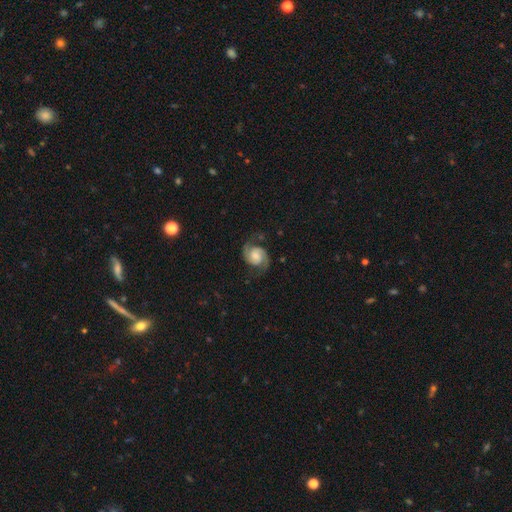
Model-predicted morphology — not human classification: Smooth or featured?
  - featured or disk: 87% *
  - smooth: 8%
  - star or artifact: 6%
Edge-on disk?
  - no: 98% *
  - yes: 2%
Bar?
  - no: 60% *
  - weak: 33%
  - strong: 7%
Spiral arms?
  - yes: 98% *
  - no: 2%
Spiral winding?
  - medium: 52% *
  - tight: 29%
  - loose: 19%
Spiral arm count?
  - 2: 94% *
  - can't tell: 2%
  - 1: 1%
  - 3: 1%
  - 4: 1%
  - more than 4: 1%
Bulge size?
  - moderate: 41% *
  - small: 29%
  - none: 15%
  - large: 13%
  - dominant: 2%
Merging?
  - none: 78% *
  - minor disturbance: 15%
  - major disturbance: 6%
  - merger: 1%